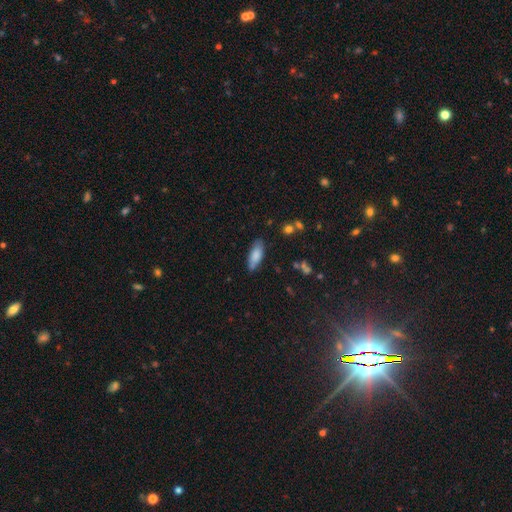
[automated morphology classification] This is clearly a smooth galaxy (82%). How rounded: likely in between (74%). Merging: likely none (79%).